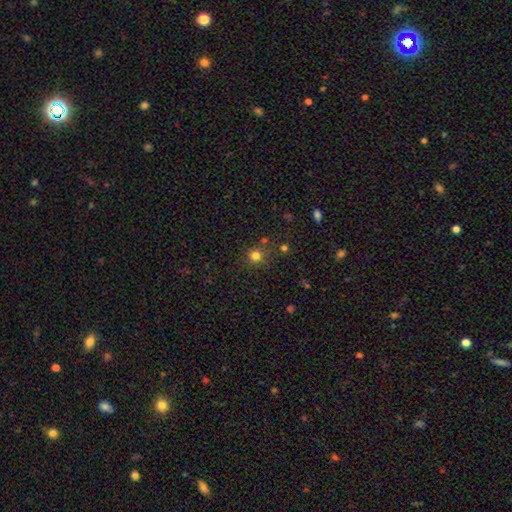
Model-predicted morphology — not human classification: Smooth or featured? Predicted: smooth (p=0.77). How rounded? Predicted: round (p=0.90). Merging? Predicted: none (p=0.78).